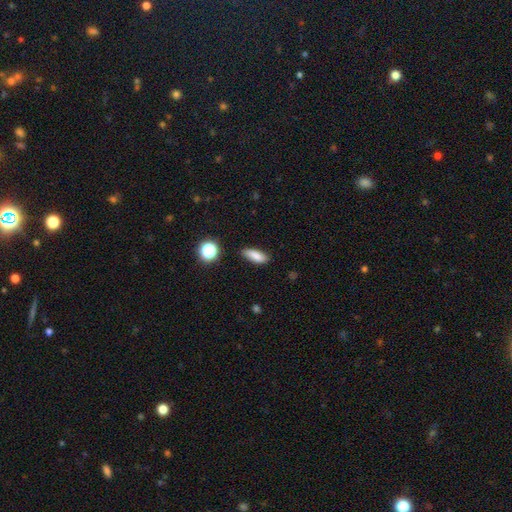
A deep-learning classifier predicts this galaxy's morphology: A smooth galaxy with no disk features (82%) that is in between round and cigar-shaped (72%).

Vote fractions:
- Smooth or featured? smooth: 82% / star or artifact: 10% / featured or disk: 8%
- How rounded? in between: 72% / cigar-shaped: 24% / round: 4%
- Merging? none: 82% / minor disturbance: 13% / major disturbance: 3% / merger: 2%